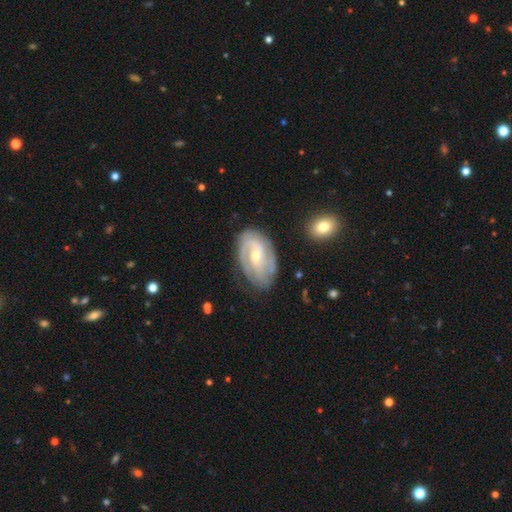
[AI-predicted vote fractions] smooth-or-featured: featured or disk: 85% | smooth: 10% | star or artifact: 5%
  disk-edge-on: no: 96% | yes: 4%
    bar: no: 43% | weak: 42% | strong: 14%
    has-spiral-arms: yes: 95% | no: 5%
      spiral-winding: tight: 54% | medium: 36% | loose: 11%
      spiral-arm-count: 2: 55% | can't tell: 19% | 3: 15% | 1: 4% | 4: 4% | more than 4: 3%
    bulge-size: small: 60% | moderate: 37% | large: 1% | none: 1% | dominant: 1%
  merging: none: 75% | minor disturbance: 18% | major disturbance: 5% | merger: 2%